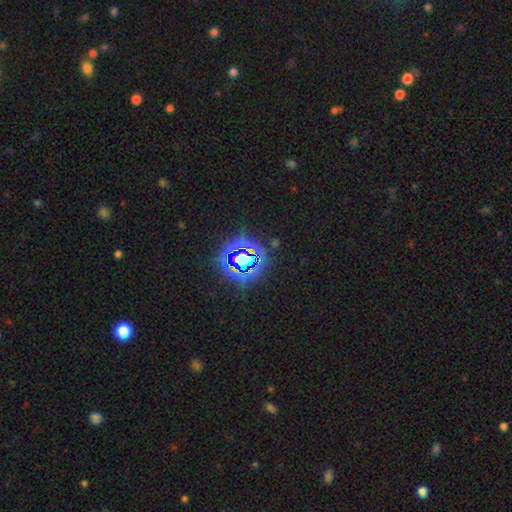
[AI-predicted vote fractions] A star or artifact, not a galaxy (80%).